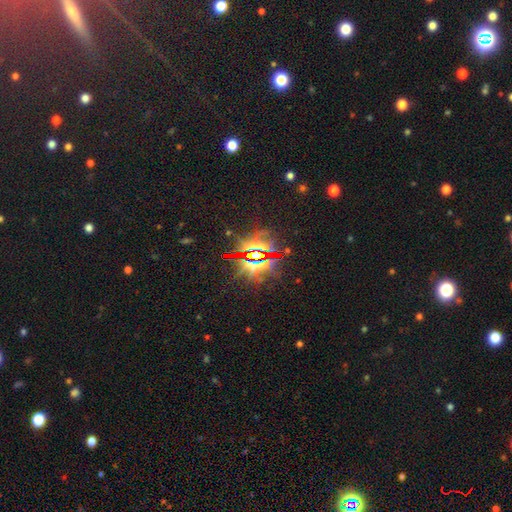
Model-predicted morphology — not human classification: Smooth or featured? Predicted: star or artifact (p=0.81).